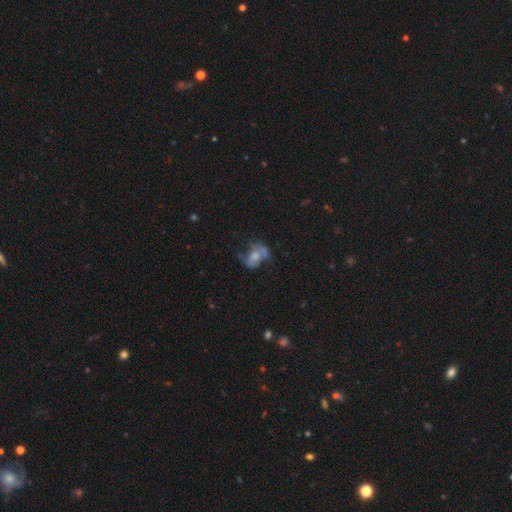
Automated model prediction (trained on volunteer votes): Smooth or featured? smooth (46%)
Merging? major disturbance (33%)